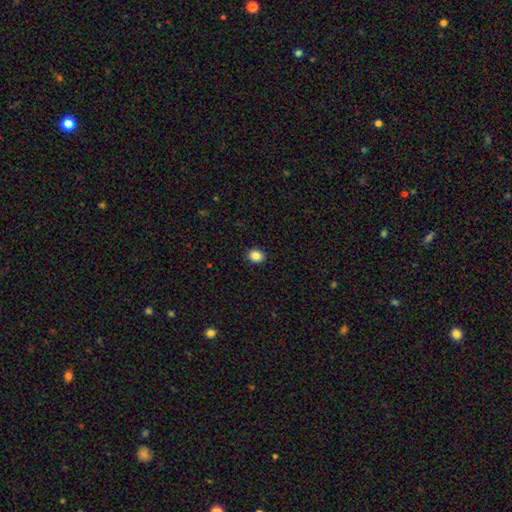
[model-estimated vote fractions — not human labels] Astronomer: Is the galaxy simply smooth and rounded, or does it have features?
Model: smooth — 86%.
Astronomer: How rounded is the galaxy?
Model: round — 70%.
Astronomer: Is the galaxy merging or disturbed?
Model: none — 91%.